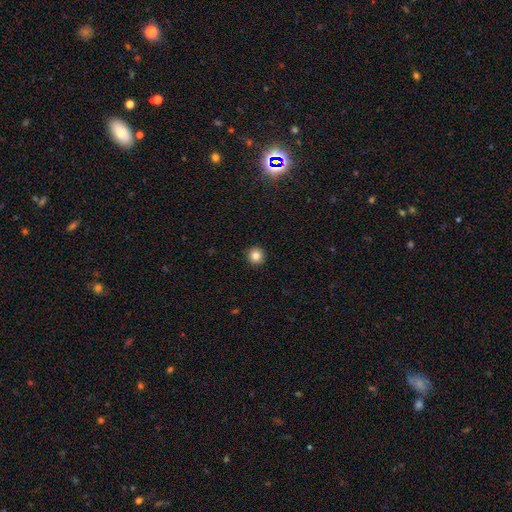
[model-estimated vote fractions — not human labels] smooth_or_featured: smooth (p=0.83) [alt: star or artifact p=0.11]
how_rounded: round (p=0.95) [alt: in between p=0.04]
merging: none (p=0.93) [alt: minor disturbance p=0.05]